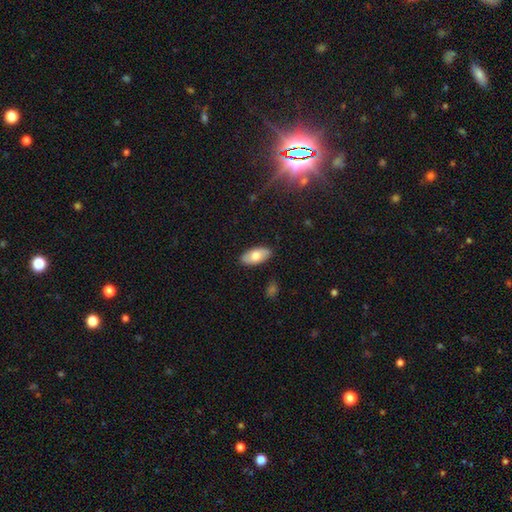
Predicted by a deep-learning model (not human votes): Smooth or featured? smooth (74%)
How rounded? in between (93%)
Merging? none (88%)